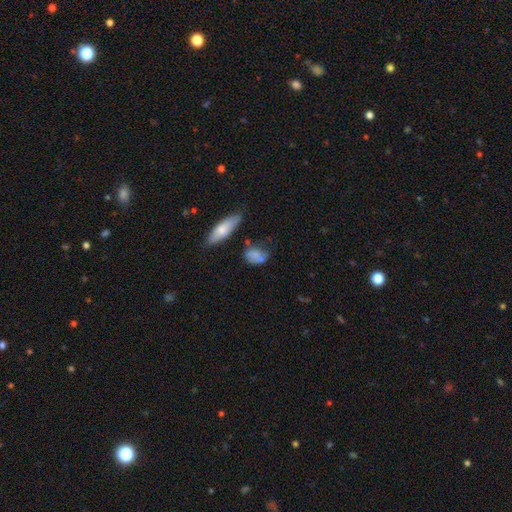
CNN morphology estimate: Smooth or featured?
  - smooth: 75% *
  - featured or disk: 15%
  - star or artifact: 10%
How rounded?
  - in between: 71% *
  - round: 24%
  - cigar-shaped: 6%
Merging?
  - none: 53% *
  - minor disturbance: 26%
  - merger: 11%
  - major disturbance: 10%